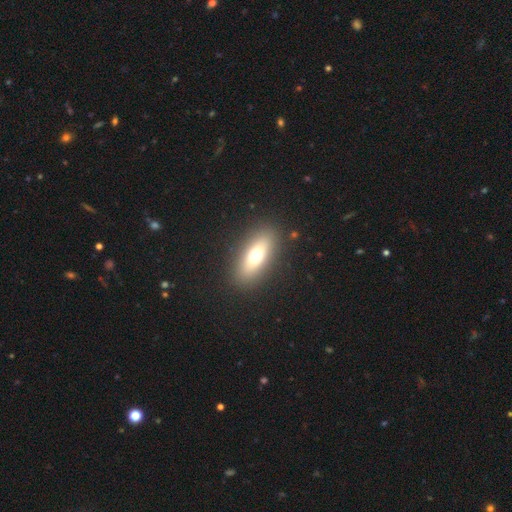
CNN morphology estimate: smooth_or_featured: smooth (p=0.64) [alt: featured or disk p=0.26]
how_rounded: in between (p=0.72) [alt: cigar-shaped p=0.21]
merging: none (p=0.88) [alt: minor disturbance p=0.07]